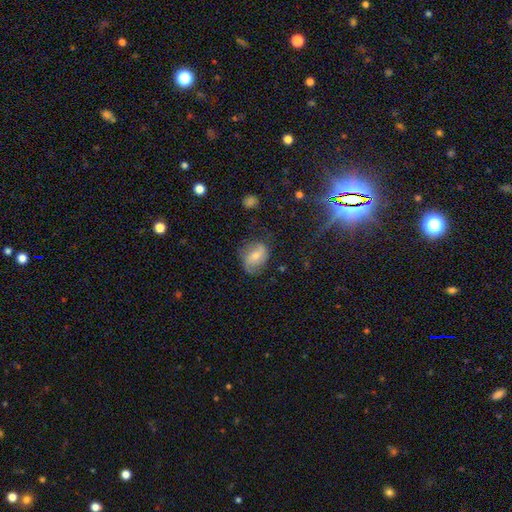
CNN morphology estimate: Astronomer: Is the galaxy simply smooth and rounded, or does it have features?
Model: featured or disk — 54% (runner-up: smooth, 32%).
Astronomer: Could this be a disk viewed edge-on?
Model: no — 96%.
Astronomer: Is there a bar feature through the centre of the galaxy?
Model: weak — 41% (runner-up: no, 40%).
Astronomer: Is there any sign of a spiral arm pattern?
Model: yes — 82%.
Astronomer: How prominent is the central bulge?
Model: moderate — 52% (runner-up: small, 42%).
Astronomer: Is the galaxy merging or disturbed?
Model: none — 71%.